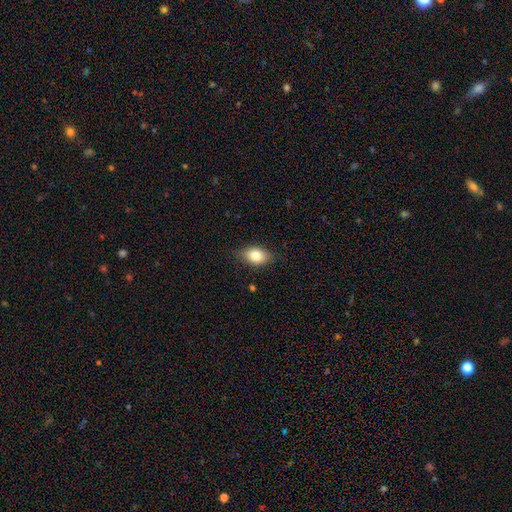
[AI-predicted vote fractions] A smooth galaxy with no disk features (81%) that is in between round and cigar-shaped (81%). Merging: none (79%).